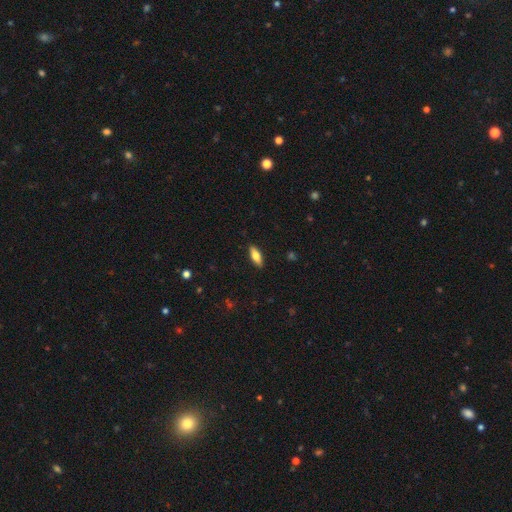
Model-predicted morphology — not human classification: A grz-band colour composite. It shows a smooth galaxy with no disk features (70%) that is in between round and cigar-shaped (67%). Merging: none (90%).